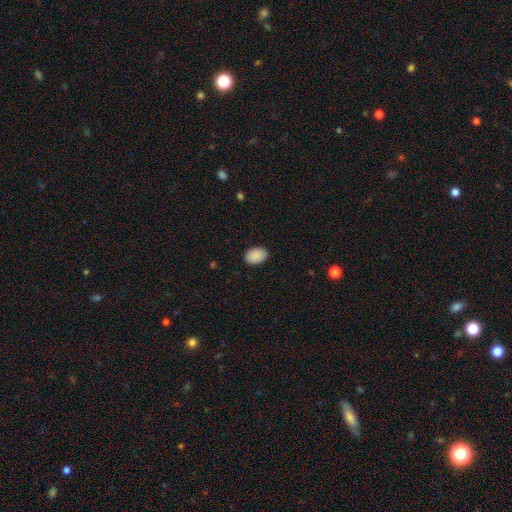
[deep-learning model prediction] Smooth or featured: smooth — 90% (star or artifact — 7%)
How rounded: in between — 82% (round — 17%)
Merging: none — 88% (minor disturbance — 9%)